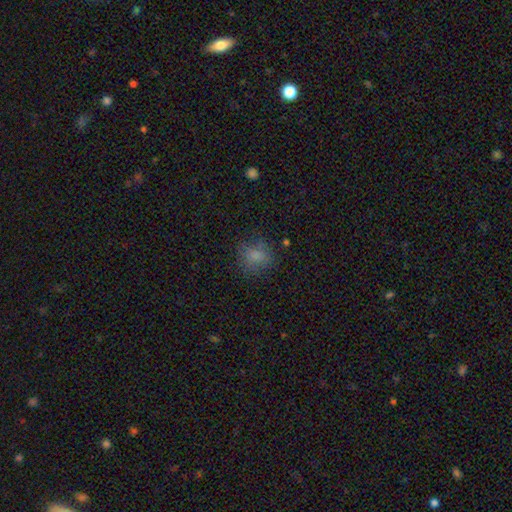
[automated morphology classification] This appears to be a smooth galaxy with no disk features (77%) that is round (71%). Merging: none (71%).